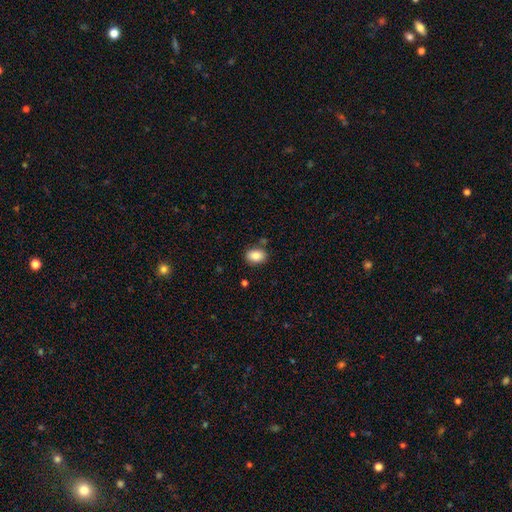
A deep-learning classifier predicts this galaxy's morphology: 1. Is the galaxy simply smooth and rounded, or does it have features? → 88% smooth, 8% star or artifact, 5% featured or disk.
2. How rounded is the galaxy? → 80% in between, 19% round, 1% cigar-shaped.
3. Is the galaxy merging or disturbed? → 81% none, 11% minor disturbance, 5% merger, 3% major disturbance.